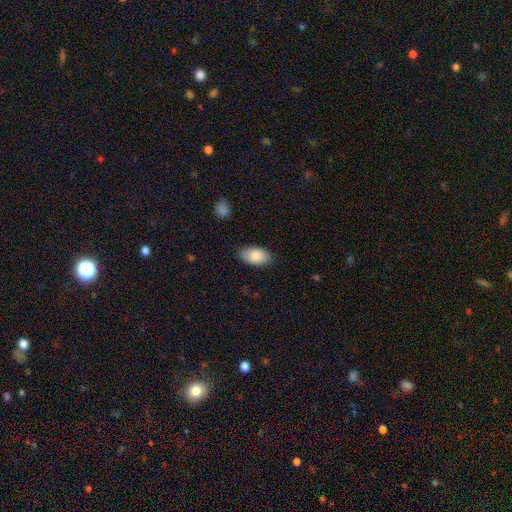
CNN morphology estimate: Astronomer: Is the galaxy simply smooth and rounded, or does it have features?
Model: smooth — 85%.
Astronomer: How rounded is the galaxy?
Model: in between — 93%.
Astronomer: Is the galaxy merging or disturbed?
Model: none — 83%.